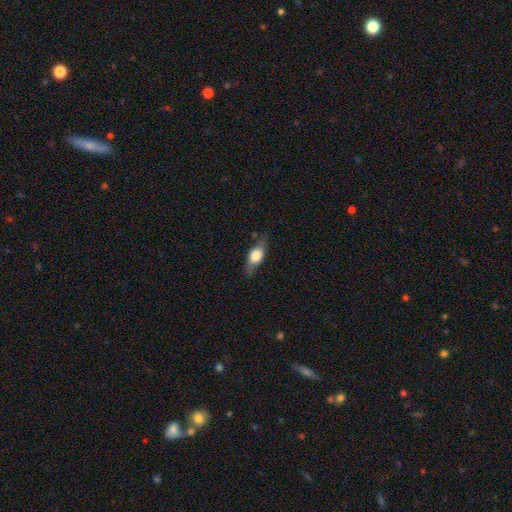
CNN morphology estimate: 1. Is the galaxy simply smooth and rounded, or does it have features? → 48% smooth, 45% featured or disk, 7% star or artifact.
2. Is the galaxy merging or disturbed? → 75% none, 18% minor disturbance, 5% major disturbance, 2% merger.